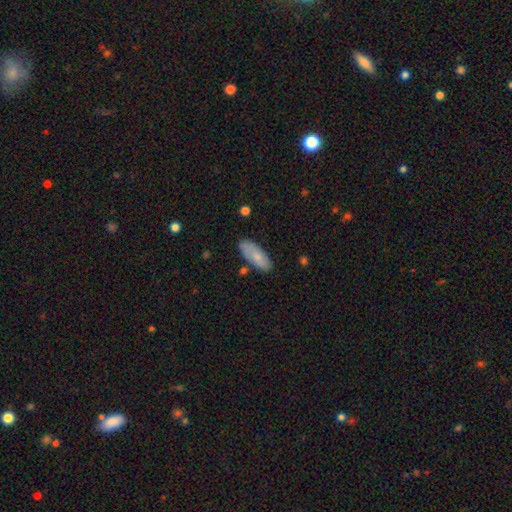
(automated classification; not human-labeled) A smooth galaxy with no disk features (74%) that is in between round and cigar-shaped (74%).

Vote fractions:
- Smooth or featured? smooth: 74% / featured or disk: 20% / star or artifact: 6%
- How rounded? in between: 74% / cigar-shaped: 24% / round: 2%
- Merging? none: 79% / minor disturbance: 15% / merger: 3% / major disturbance: 3%